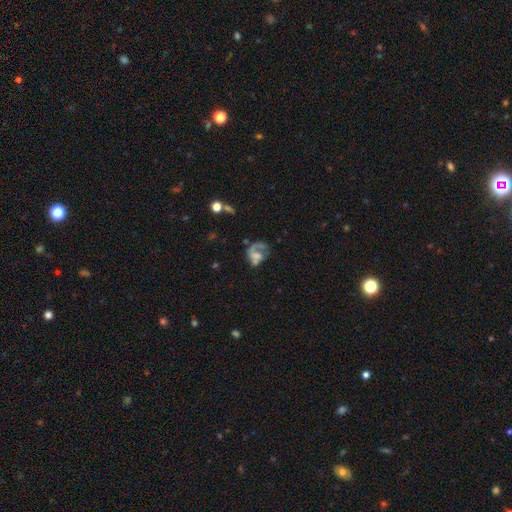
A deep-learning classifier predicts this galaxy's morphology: Smooth or featured? Predicted: featured or disk (p=0.55). Edge-on disk? Predicted: no (p=0.98). Bar? Predicted: no (p=0.77). Spiral arms? Predicted: yes (p=0.52). Bulge size? Predicted: none (p=0.46). Merging? Predicted: major disturbance (p=0.40).